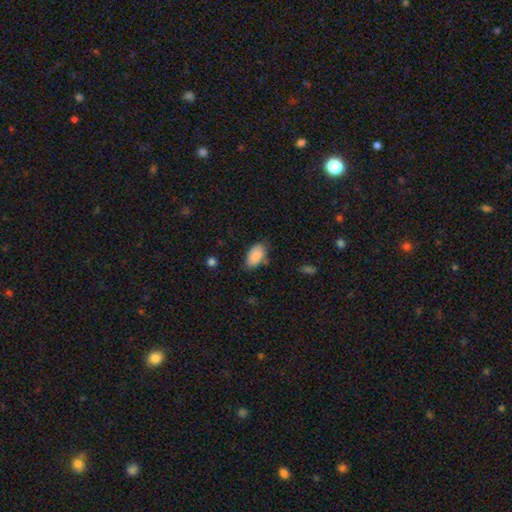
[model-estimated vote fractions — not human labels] Morphology: type=smooth (88%); roundness=in between (93%); merging=none (68%).